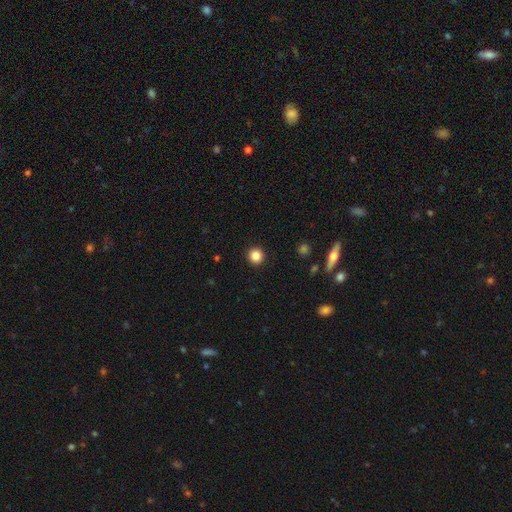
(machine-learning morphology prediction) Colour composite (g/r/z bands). It shows a smooth galaxy with no disk features (85%) that is round (94%). Merging: none (93%).